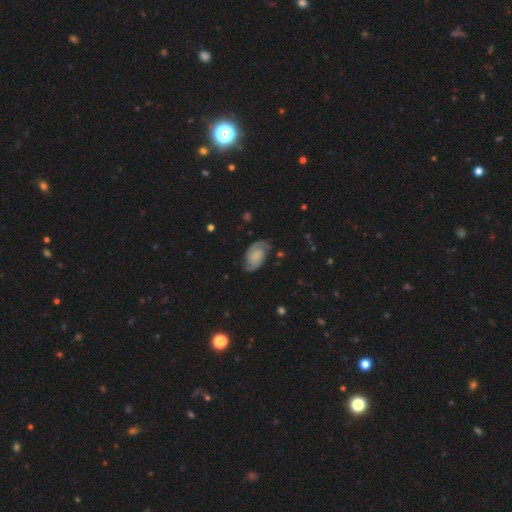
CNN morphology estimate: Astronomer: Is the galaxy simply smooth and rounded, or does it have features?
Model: featured or disk — 80%.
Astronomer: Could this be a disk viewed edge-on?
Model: no — 98%.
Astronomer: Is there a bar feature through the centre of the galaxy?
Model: no — 66%.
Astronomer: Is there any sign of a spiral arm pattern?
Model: yes — 97%.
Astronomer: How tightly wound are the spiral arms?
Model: medium — 46% (runner-up: tight, 38%).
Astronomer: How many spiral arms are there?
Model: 2 — 91%.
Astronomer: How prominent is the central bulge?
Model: none — 43% (runner-up: small, 29%).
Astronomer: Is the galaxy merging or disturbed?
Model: none — 76%.